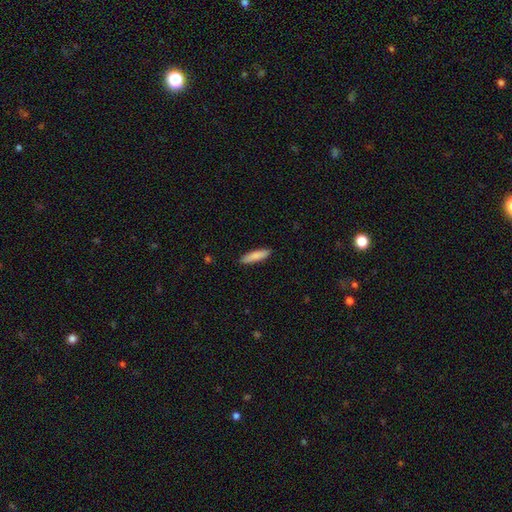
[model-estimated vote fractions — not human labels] Smooth or featured? Predicted: smooth (p=0.85). How rounded? Predicted: cigar-shaped (p=0.77). Merging? Predicted: none (p=0.90).